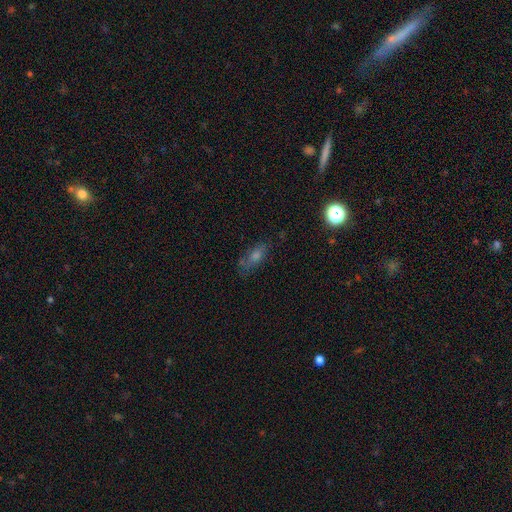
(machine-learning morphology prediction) Overall: smooth (49%; featured or disk 27%). Merging: none (69%).